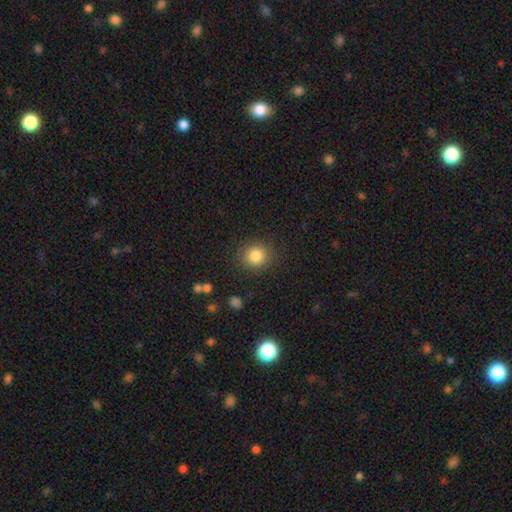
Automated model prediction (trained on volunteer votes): The model was most divided on "how rounded": round: 85%, in between: 14%, cigar-shaped: 1%. More confident: merging — none (87%); smooth or featured — smooth (84%).